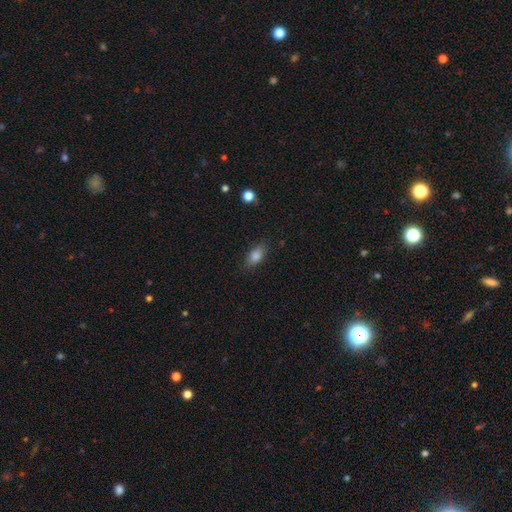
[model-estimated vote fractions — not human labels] Morphology: type=smooth (83%); roundness=in between (87%); merging=none (83%).